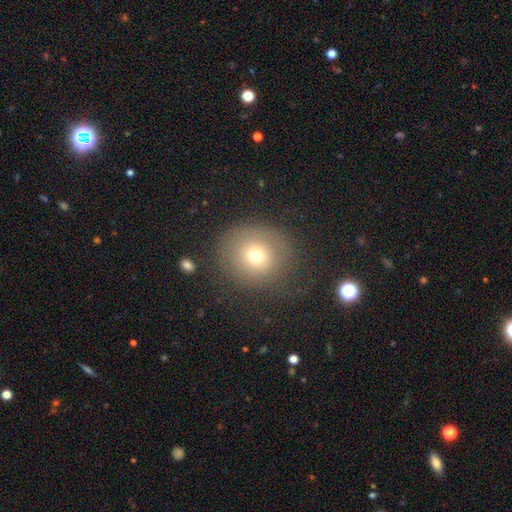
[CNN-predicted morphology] The model was most divided on "smooth or featured": smooth: 68%, featured or disk: 18%, star or artifact: 14%. More confident: how rounded — round (86%); merging — none (72%).